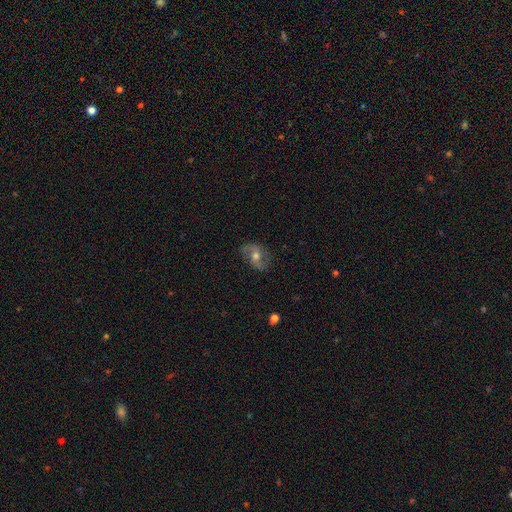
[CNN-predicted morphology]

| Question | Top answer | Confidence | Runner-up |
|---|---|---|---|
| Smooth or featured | featured or disk | 63% | smooth (29%) |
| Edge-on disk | no | 95% | yes (5%) |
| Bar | no | 58% | weak (31%) |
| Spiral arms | yes | 84% | no (16%) |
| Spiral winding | loose | 57% | medium (32%) |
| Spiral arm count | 2 | 88% | can't tell (5%) |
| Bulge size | moderate | 73% | small (18%) |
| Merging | none | 74% | minor disturbance (18%) |